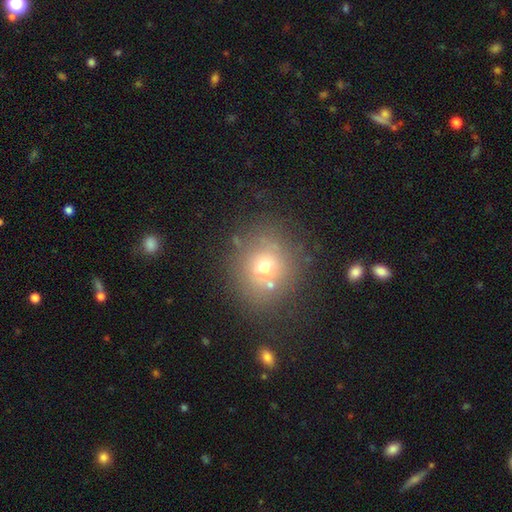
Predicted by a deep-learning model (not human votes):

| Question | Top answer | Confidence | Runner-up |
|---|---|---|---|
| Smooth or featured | smooth | 59% | star or artifact (26%) |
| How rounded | round | 82% | in between (16%) |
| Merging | none | 78% | minor disturbance (10%) |